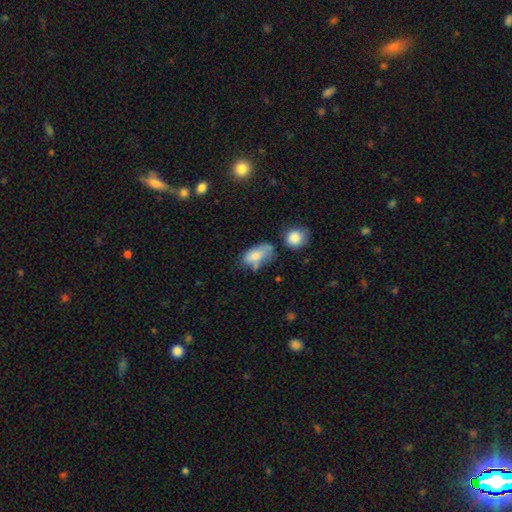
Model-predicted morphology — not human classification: Smooth or featured? smooth (74%)
How rounded? in between (90%)
Merging? none (37%)